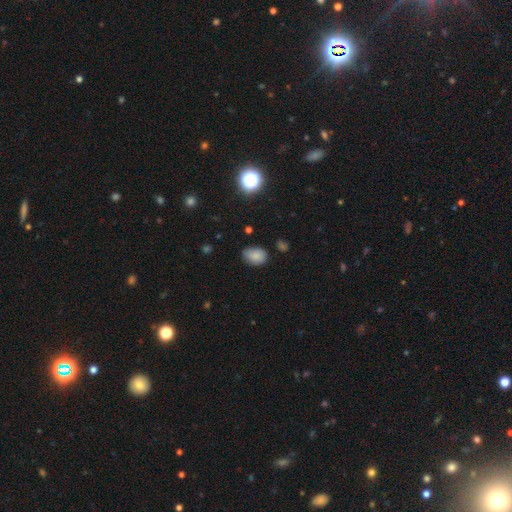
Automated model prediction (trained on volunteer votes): Smooth or featured? Predicted: smooth (p=0.81). How rounded? Predicted: in between (p=0.74). Merging? Predicted: none (p=0.71).